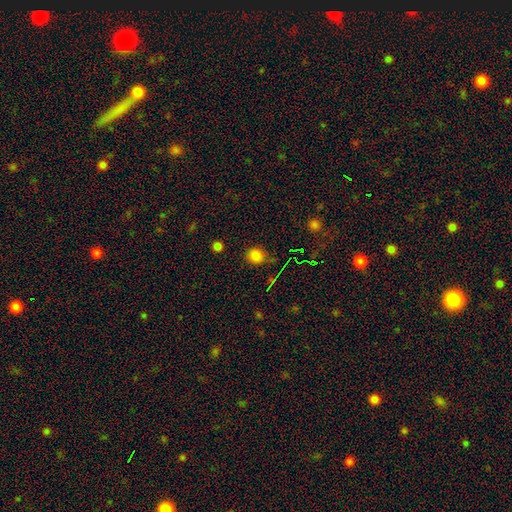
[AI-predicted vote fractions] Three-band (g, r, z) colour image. It shows a smooth galaxy with no disk features (78%) that is round (84%). Merging: none (80%).